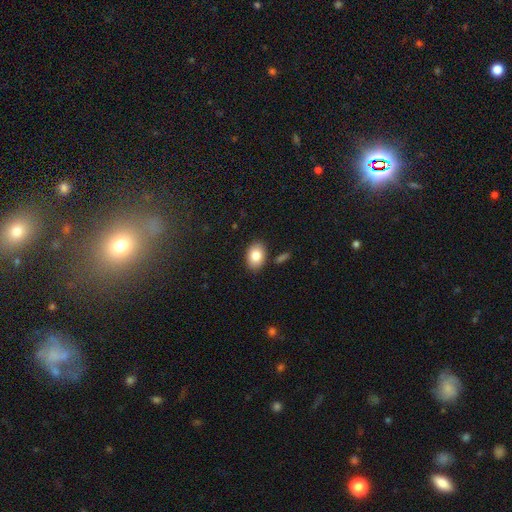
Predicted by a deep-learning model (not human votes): Smooth or featured: smooth — 85% (featured or disk — 8%)
How rounded: in between — 81% (round — 18%)
Merging: none — 85% (minor disturbance — 10%)